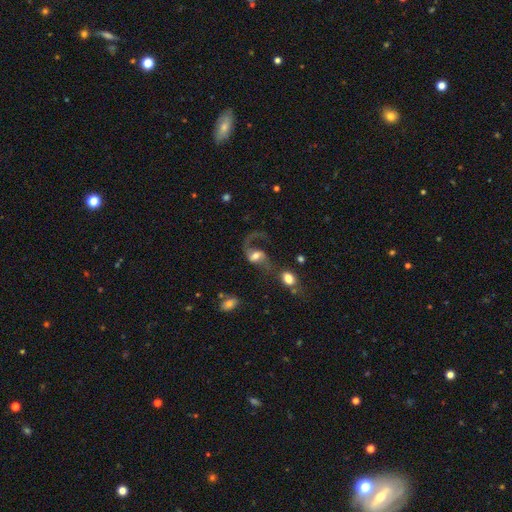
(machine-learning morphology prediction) featured or disk 75%, smooth 17%, star or artifact 8%. Down the decision tree: edge-on disk — no (97%); bar — weak (43%); spiral arms — yes (90%); spiral arm count — 2 (58%); spiral winding — loose (73%); bulge size — moderate (58%); merging — major disturbance (37%).